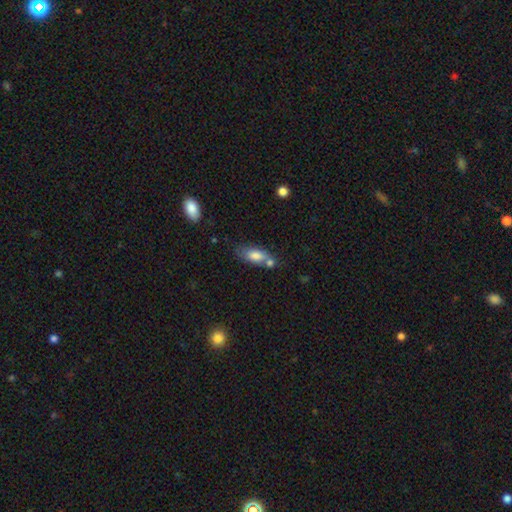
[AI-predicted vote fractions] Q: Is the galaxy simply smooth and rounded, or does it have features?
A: smooth — 77%.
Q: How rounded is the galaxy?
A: in between — 80%.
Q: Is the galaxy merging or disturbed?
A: none — 47%.